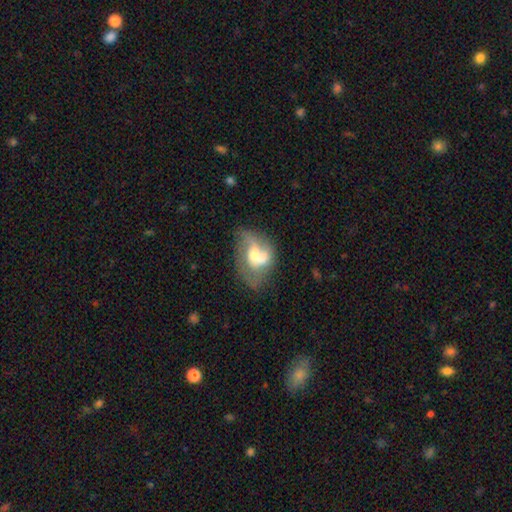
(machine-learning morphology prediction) Smooth or featured?
  - featured or disk: 62% *
  - smooth: 30%
  - star or artifact: 8%
Edge-on disk?
  - no: 97% *
  - yes: 3%
Bar?
  - no: 63% *
  - weak: 30%
  - strong: 7%
Spiral arms?
  - yes: 67% *
  - no: 33%
Bulge size?
  - moderate: 60% *
  - small: 21%
  - large: 14%
  - none: 4%
  - dominant: 2%
Merging?
  - none: 29% *
  - merger: 28%
  - major disturbance: 24%
  - minor disturbance: 19%